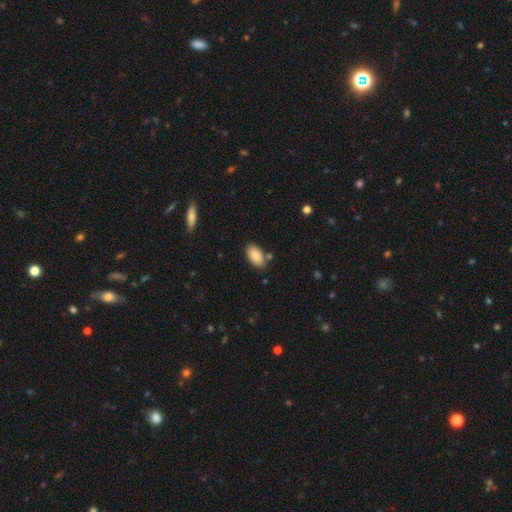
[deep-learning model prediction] This is clearly a smooth galaxy (88%). How rounded: clearly in between (94%). Merging: likely none (77%).